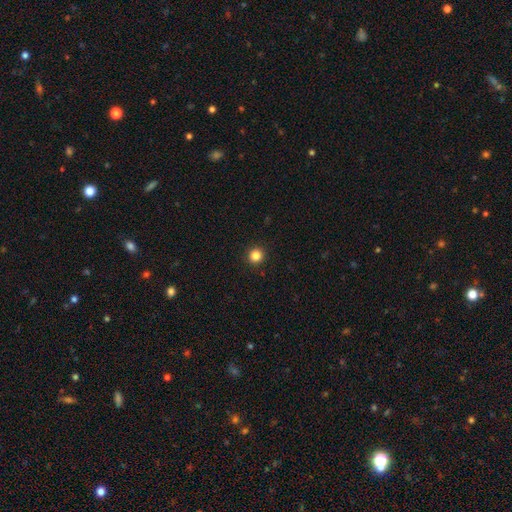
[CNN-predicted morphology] type=smooth (84%); roundness=round (95%); merging=none (93%).